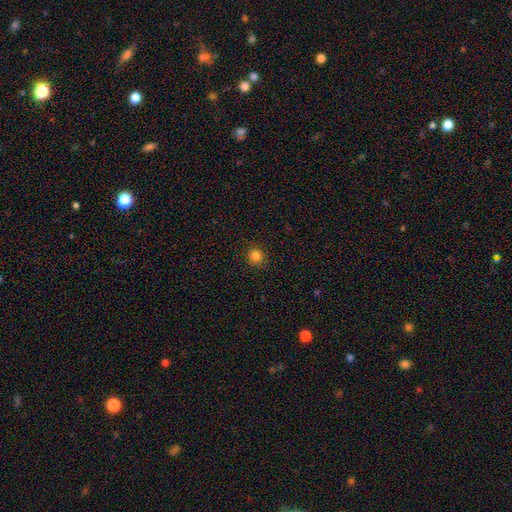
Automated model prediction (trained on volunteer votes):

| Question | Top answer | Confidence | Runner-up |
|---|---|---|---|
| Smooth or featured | smooth | 83% | star or artifact (13%) |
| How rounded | round | 92% | in between (7%) |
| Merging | none | 91% | minor disturbance (6%) |